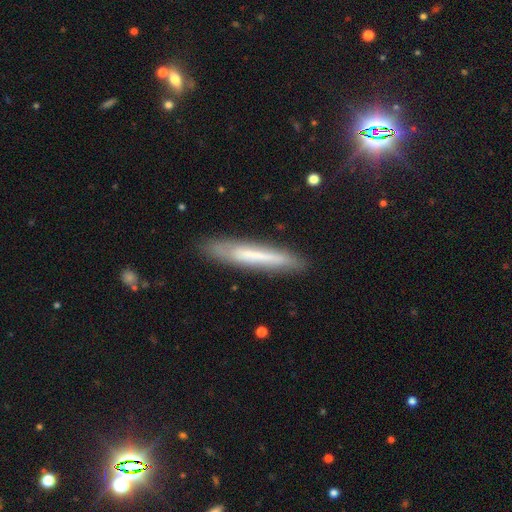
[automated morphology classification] This appears to be a smooth galaxy with no disk features (52%) that is cigar-shaped (93%). Merging: none (82%).